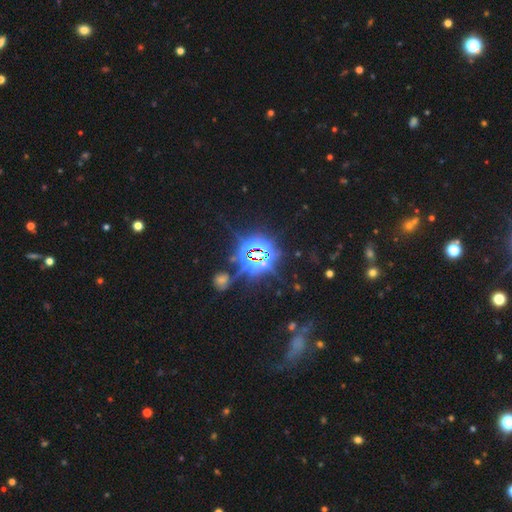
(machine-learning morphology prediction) type=star or artifact (85%).